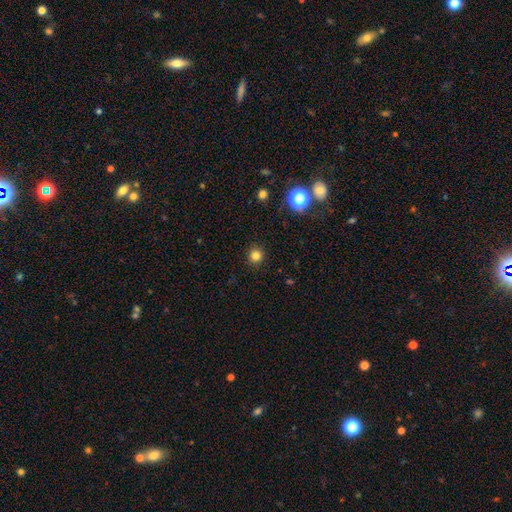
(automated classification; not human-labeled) This is clearly a smooth galaxy (81%). How rounded: clearly round (94%). Merging: clearly none (92%).